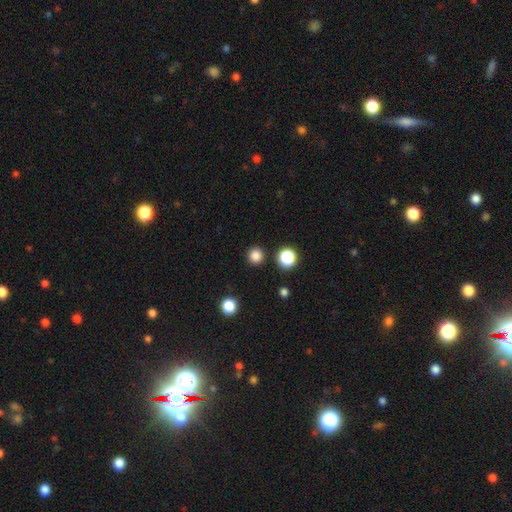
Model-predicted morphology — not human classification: smooth 84%, star or artifact 13%, featured or disk 3%. Down the decision tree: how rounded — round (94%); merging — none (91%).